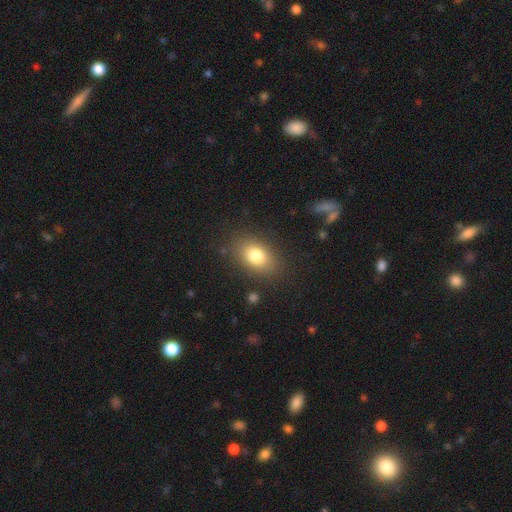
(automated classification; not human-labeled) smooth_or_featured: smooth (p=0.80) [alt: featured or disk p=0.10]
how_rounded: in between (p=0.79) [alt: round p=0.19]
merging: none (p=0.84) [alt: minor disturbance p=0.11]